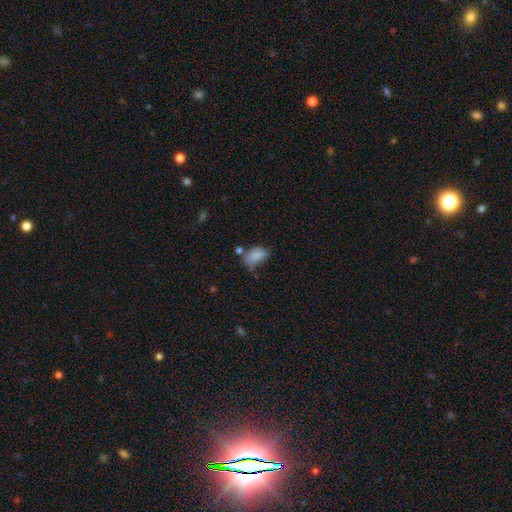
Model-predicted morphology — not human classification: Q: Smooth or featured?
A: smooth (85%); runner-up: star or artifact (9%)
Q: How rounded?
A: in between (90%); runner-up: round (8%)
Q: Merging?
A: none (47%); runner-up: minor disturbance (33%)